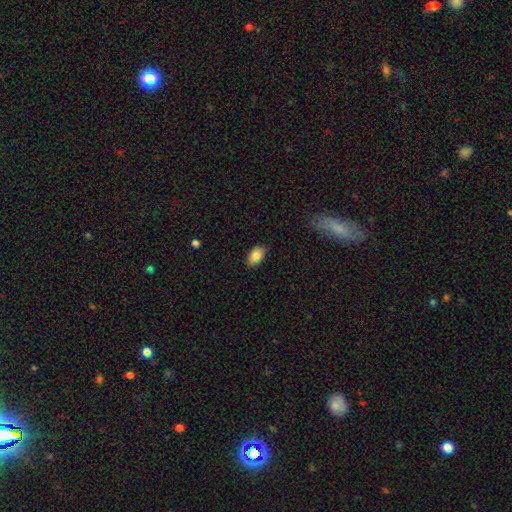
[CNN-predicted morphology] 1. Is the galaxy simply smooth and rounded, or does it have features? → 86% smooth, 8% star or artifact, 6% featured or disk.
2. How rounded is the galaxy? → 92% in between, 6% round, 1% cigar-shaped.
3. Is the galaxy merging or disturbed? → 86% none, 11% minor disturbance, 2% major disturbance, 1% merger.